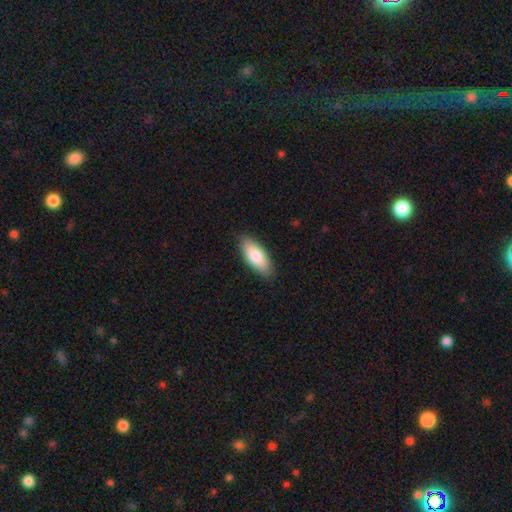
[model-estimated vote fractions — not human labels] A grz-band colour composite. It shows a smooth galaxy with no disk features (80%) that is in between round and cigar-shaped (82%). Merging: none (87%).